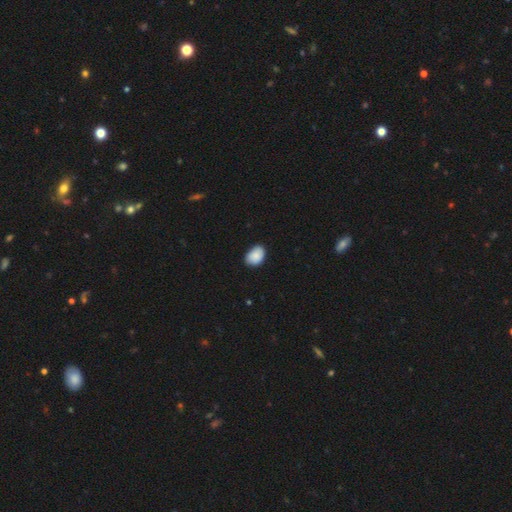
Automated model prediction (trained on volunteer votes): Smooth or featured?
  - smooth: 88% *
  - star or artifact: 7%
  - featured or disk: 5%
How rounded?
  - in between: 80% *
  - round: 19%
  - cigar-shaped: 1%
Merging?
  - none: 80% *
  - minor disturbance: 16%
  - major disturbance: 2%
  - merger: 1%